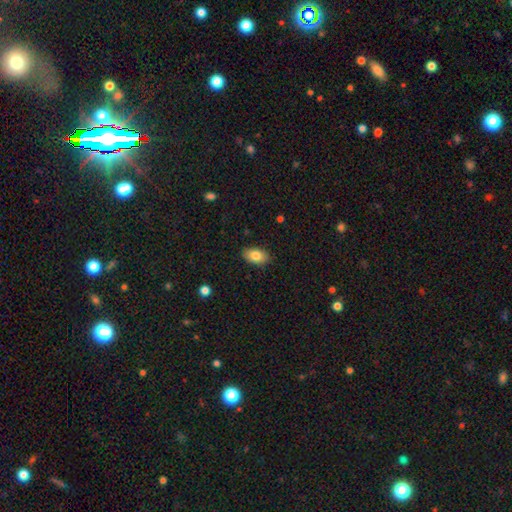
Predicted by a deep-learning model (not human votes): Morphology: type=smooth (82%); roundness=in between (92%); merging=none (88%).